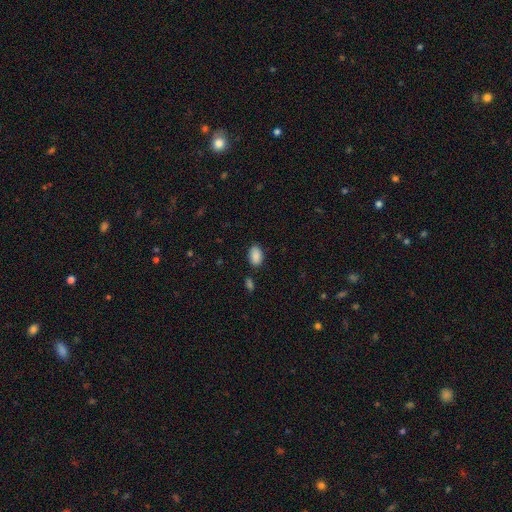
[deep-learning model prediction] Q: Smooth or featured?
A: smooth (89%); runner-up: star or artifact (7%)
Q: How rounded?
A: in between (90%); runner-up: round (9%)
Q: Merging?
A: none (82%); runner-up: minor disturbance (12%)